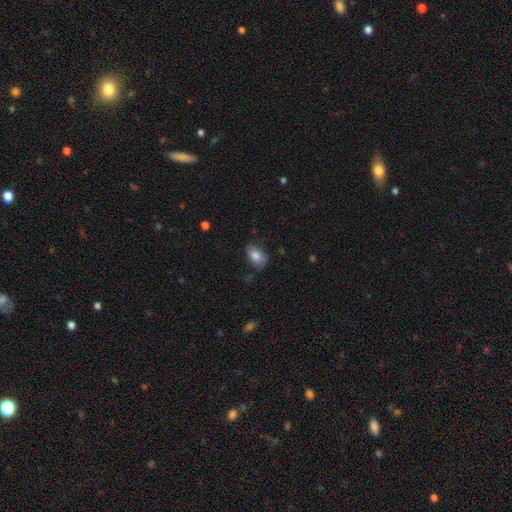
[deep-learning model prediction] Smooth or featured? smooth (81%)
How rounded? in between (86%)
Merging? none (71%)